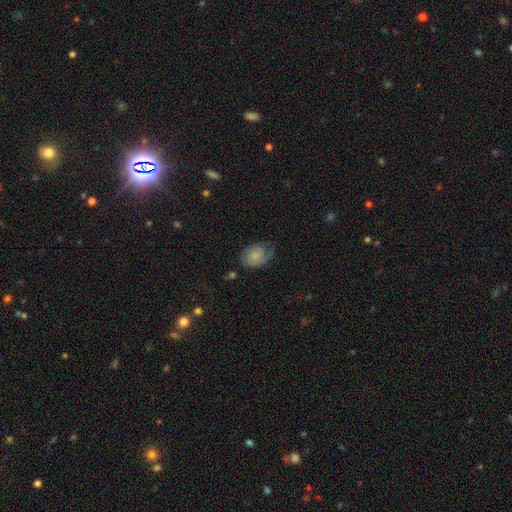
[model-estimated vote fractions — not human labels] smooth_or_featured: smooth (p=0.48) [alt: featured or disk p=0.43]
merging: none (p=0.51) [alt: minor disturbance p=0.31]